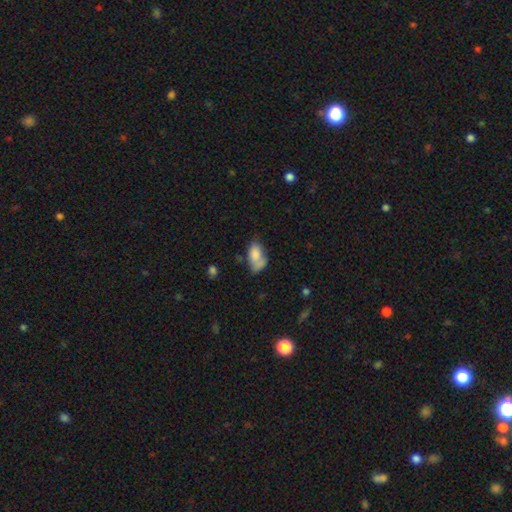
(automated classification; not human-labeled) Smooth or featured? smooth (77%)
How rounded? in between (91%)
Merging? none (37%)